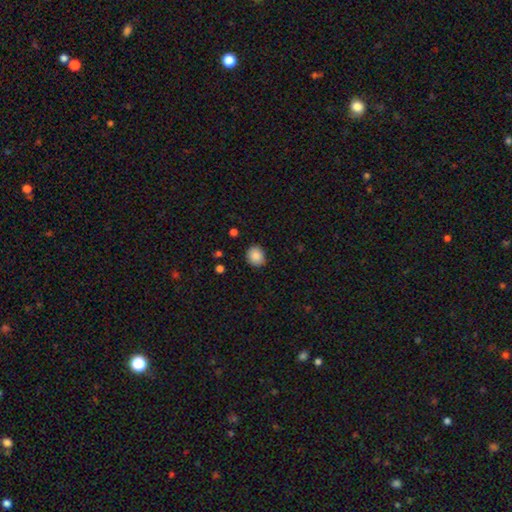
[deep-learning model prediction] Morphology: type=smooth (88%); roundness=round (72%); merging=none (88%).